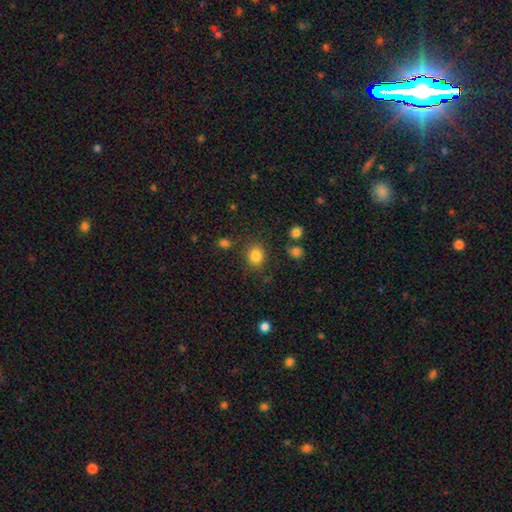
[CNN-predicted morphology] smooth_or_featured: smooth (p=0.83) [alt: star or artifact p=0.11]
how_rounded: round (p=0.77) [alt: in between p=0.22]
merging: none (p=0.83) [alt: minor disturbance p=0.10]